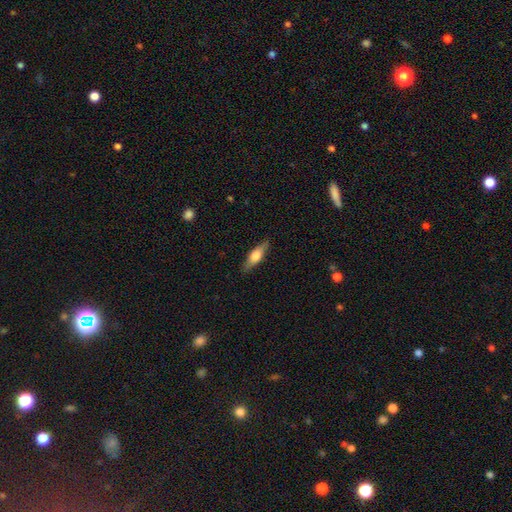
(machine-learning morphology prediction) This appears to be a smooth galaxy with no disk features (59%) that is cigar-shaped (53%). Merging: none (86%).